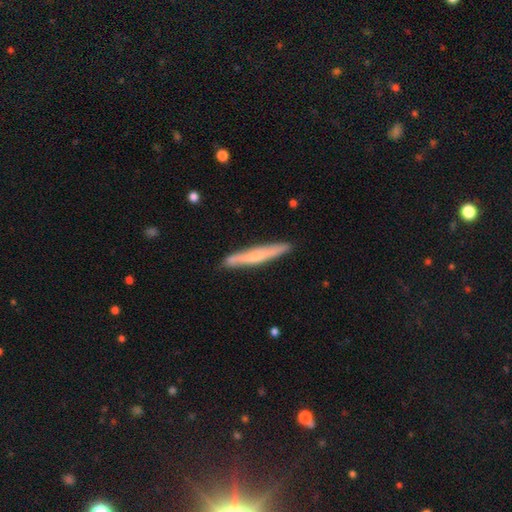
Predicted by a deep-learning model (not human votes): This is possibly a smooth galaxy (52%). How rounded: clearly cigar-shaped (95%). Merging: clearly none (87%).